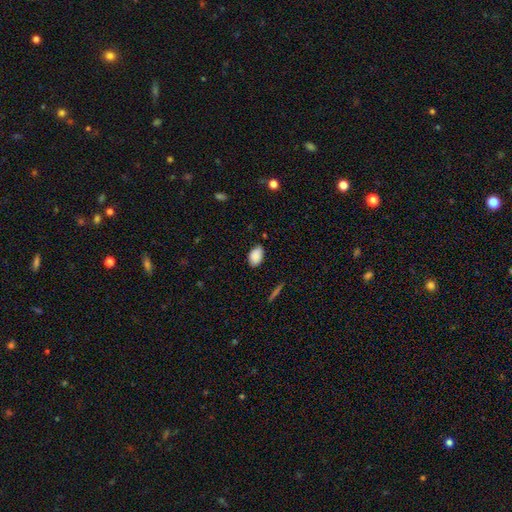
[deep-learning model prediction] Q: Smooth or featured?
A: smooth (88%); runner-up: star or artifact (8%)
Q: How rounded?
A: in between (90%); runner-up: round (8%)
Q: Merging?
A: none (78%); runner-up: minor disturbance (17%)